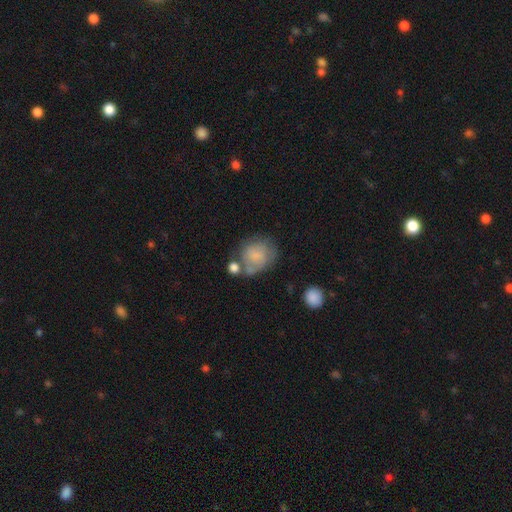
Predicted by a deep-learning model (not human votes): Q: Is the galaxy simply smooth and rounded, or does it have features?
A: smooth — 68%.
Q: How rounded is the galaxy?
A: round — 60%.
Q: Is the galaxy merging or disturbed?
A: none — 44%.